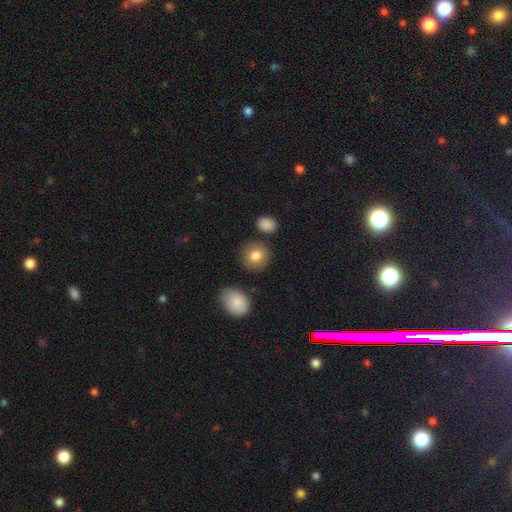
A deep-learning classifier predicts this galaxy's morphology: Smooth or featured: smooth — 83% (featured or disk — 9%)
How rounded: round — 87% (in between — 12%)
Merging: none — 85% (minor disturbance — 8%)